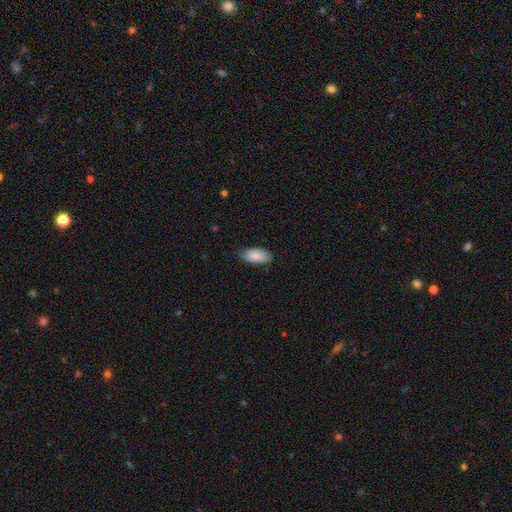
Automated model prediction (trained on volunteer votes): A smooth galaxy with no disk features (82%) that is in between round and cigar-shaped (92%). Merging: none (69%).